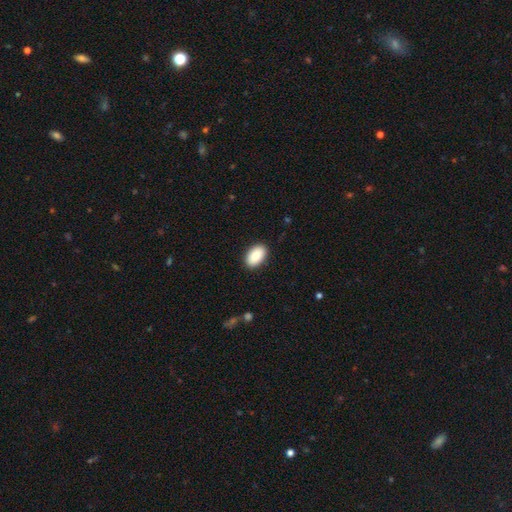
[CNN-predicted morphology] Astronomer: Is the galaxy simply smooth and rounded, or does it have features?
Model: smooth — 86%.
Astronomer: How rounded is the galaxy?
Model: in between — 93%.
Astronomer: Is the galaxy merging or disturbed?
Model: none — 89%.